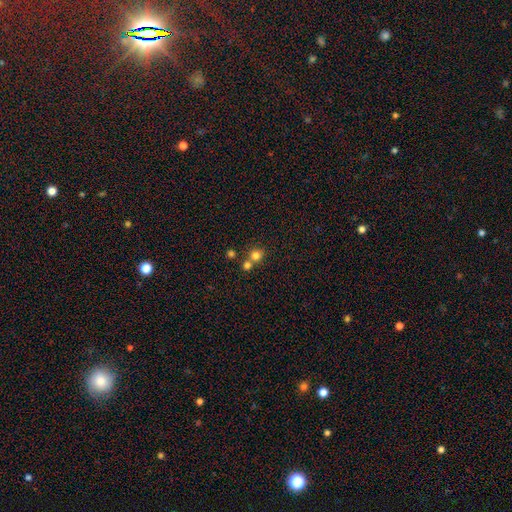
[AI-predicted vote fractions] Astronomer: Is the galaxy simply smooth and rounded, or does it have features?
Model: smooth — 78%.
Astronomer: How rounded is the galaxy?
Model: round — 88%.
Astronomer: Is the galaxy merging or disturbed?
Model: none — 54% (runner-up: merger, 38%).